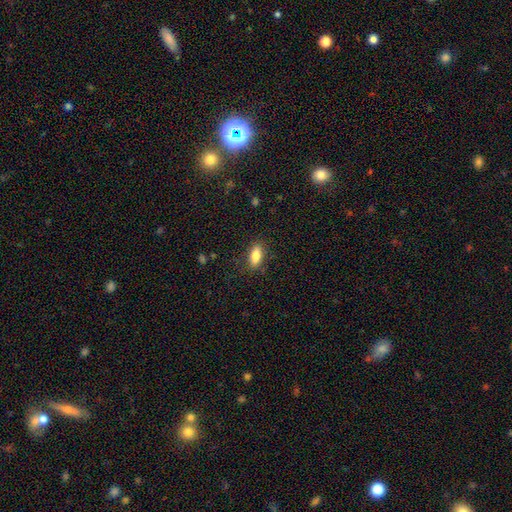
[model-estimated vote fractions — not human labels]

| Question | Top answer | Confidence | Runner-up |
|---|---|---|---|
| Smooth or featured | smooth | 83% | featured or disk (9%) |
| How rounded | in between | 81% | cigar-shaped (16%) |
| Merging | none | 84% | minor disturbance (12%) |